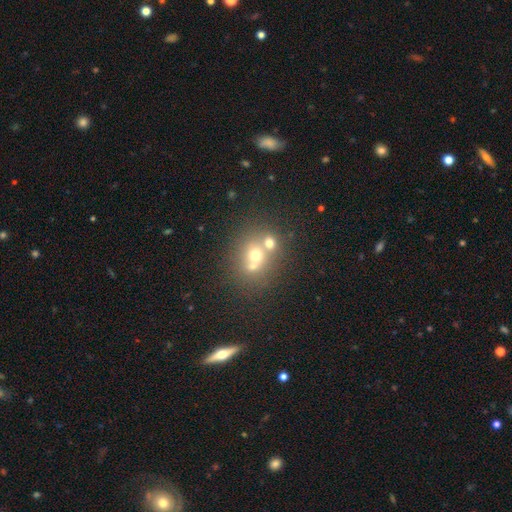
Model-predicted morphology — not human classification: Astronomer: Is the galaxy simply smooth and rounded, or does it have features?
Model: smooth — 54%.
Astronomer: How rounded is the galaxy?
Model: round — 72%.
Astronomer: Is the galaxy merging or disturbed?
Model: merger — 52% (runner-up: none, 37%).